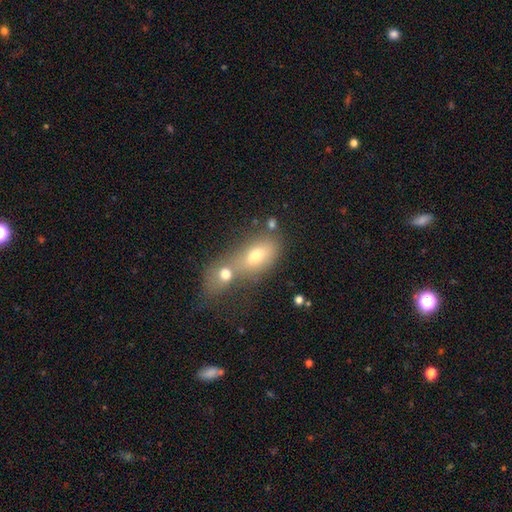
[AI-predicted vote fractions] Overall: smooth (66%). How rounded: in between (79%). Merging: merger (62%; none 25%).